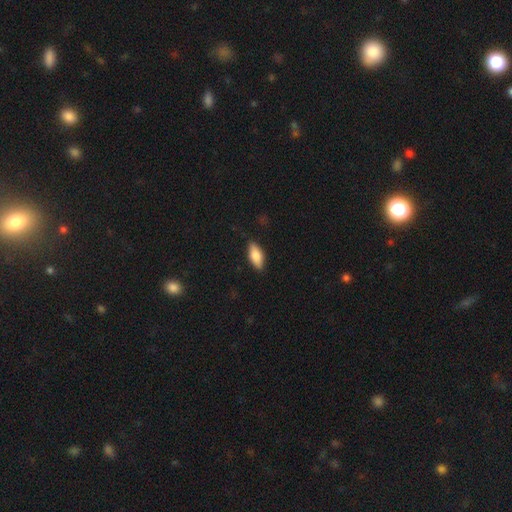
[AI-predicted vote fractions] This appears to be a smooth galaxy with no disk features (79%) that is in between round and cigar-shaped (80%). Merging: none (82%).